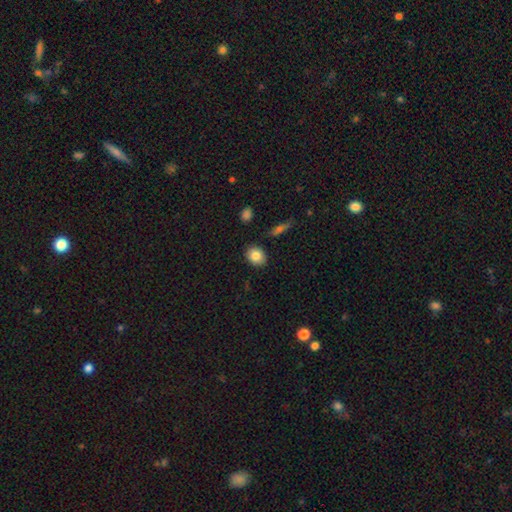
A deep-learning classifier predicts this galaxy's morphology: Q: Smooth or featured?
A: smooth (84%); runner-up: featured or disk (8%)
Q: How rounded?
A: round (52%); runner-up: in between (47%)
Q: Merging?
A: none (86%); runner-up: minor disturbance (9%)